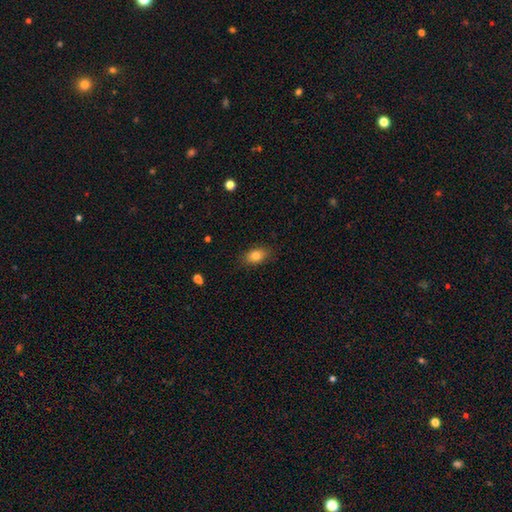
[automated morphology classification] A smooth galaxy with no disk features (81%) that is in between round and cigar-shaped (81%). Merging: none (85%).